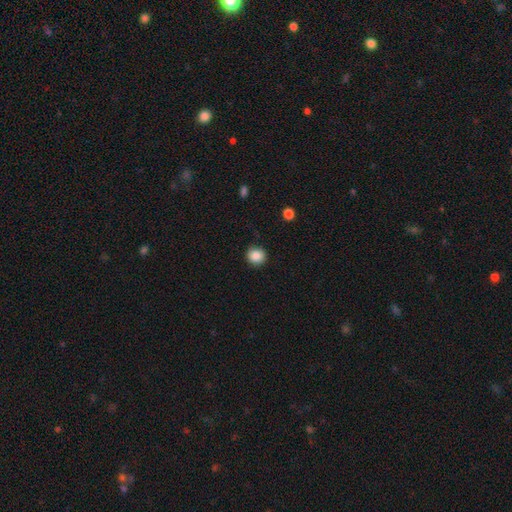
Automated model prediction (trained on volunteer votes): smooth 87%, star or artifact 9%, featured or disk 3%. Down the decision tree: how rounded — round (90%); merging — none (88%).